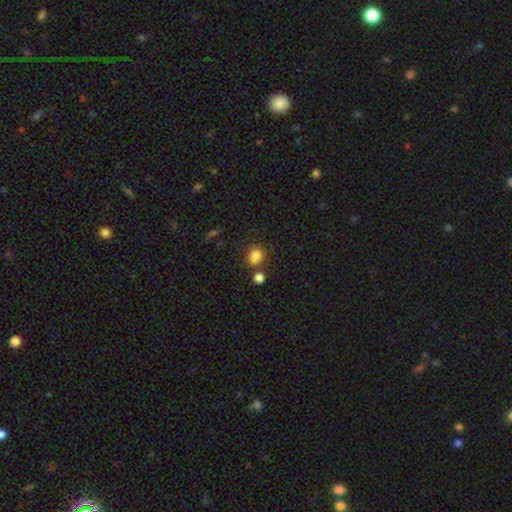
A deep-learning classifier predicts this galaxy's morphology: Smooth or featured? smooth (81%)
How rounded? round (63%)
Merging? none (55%)